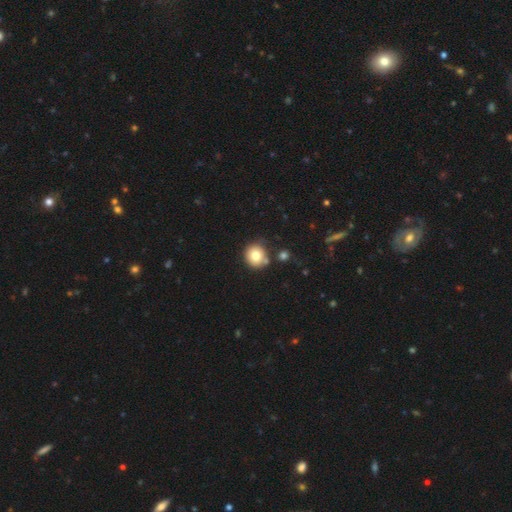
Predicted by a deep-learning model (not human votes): smooth_or_featured: smooth (p=0.79) [alt: featured or disk p=0.11]
how_rounded: round (p=0.89) [alt: in between p=0.10]
merging: none (p=0.72) [alt: merger p=0.13]